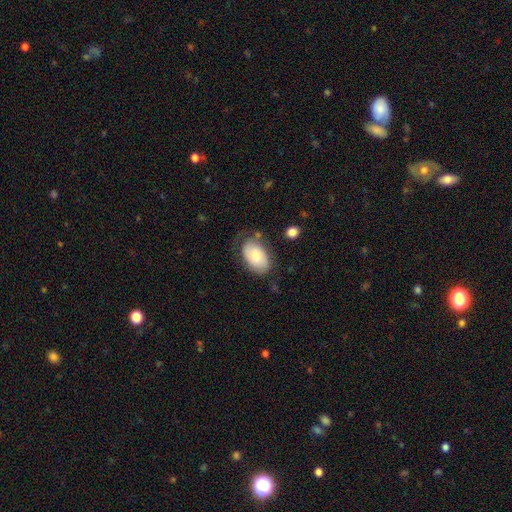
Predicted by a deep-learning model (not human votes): smooth-or-featured: smooth: 74% | featured or disk: 20% | star or artifact: 6%
  how-rounded: in between: 92% | round: 7% | cigar-shaped: 1%
  merging: none: 64% | minor disturbance: 24% | major disturbance: 9% | merger: 3%